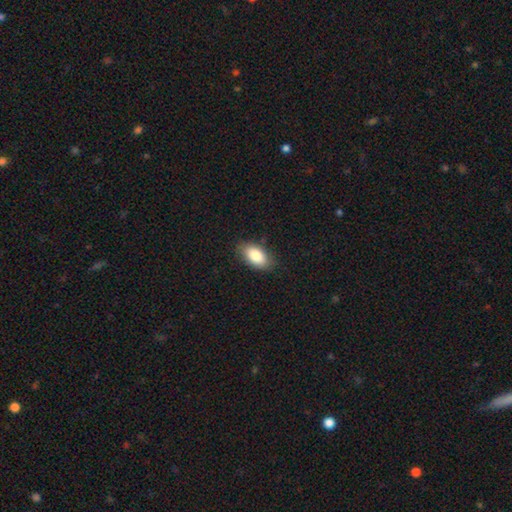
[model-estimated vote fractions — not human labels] This appears to be a smooth galaxy with no disk features (84%) that is in between round and cigar-shaped (92%). Merging: none (84%).